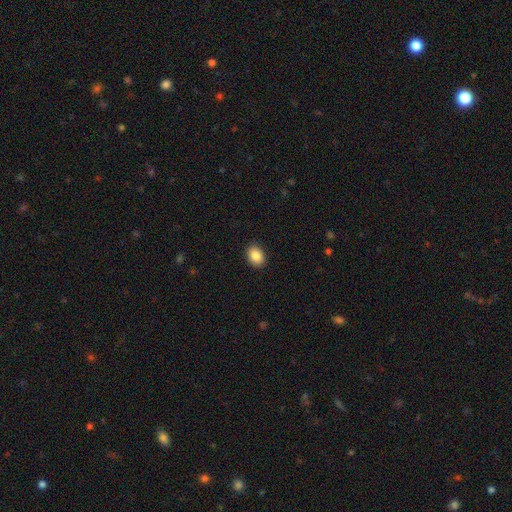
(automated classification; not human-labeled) The model was most divided on "how rounded": in between: 70%, round: 29%, cigar-shaped: 1%. More confident: merging — none (90%); smooth or featured — smooth (87%).